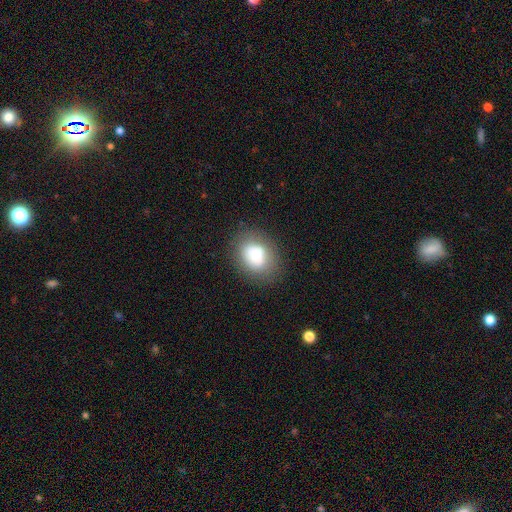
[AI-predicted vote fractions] The model was most divided on "how rounded": round: 54%, in between: 45%, cigar-shaped: 1%. More confident: merging — none (76%); smooth or featured — smooth (70%).